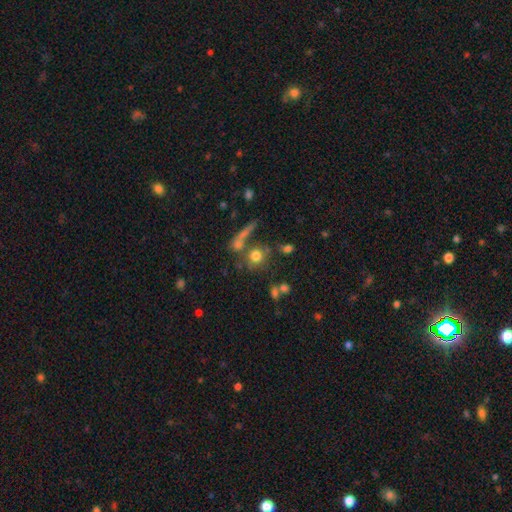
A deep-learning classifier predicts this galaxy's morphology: The model was most divided on "merging": none: 62%, merger: 20%, minor disturbance: 11%, major disturbance: 6%. More confident: how rounded — round (82%); smooth or featured — smooth (73%).